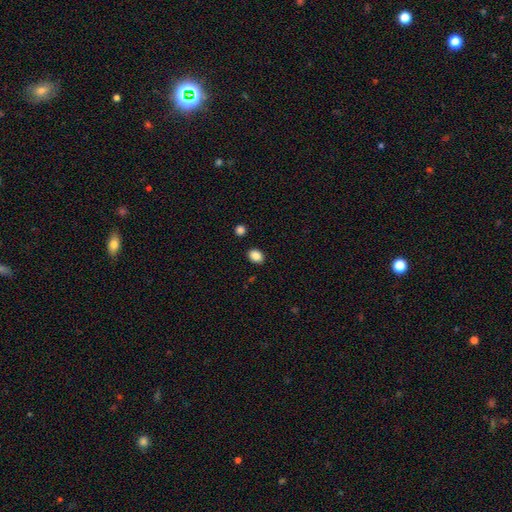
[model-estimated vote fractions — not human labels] This is clearly a smooth galaxy (88%). How rounded: likely in between (68%). Merging: clearly none (87%).